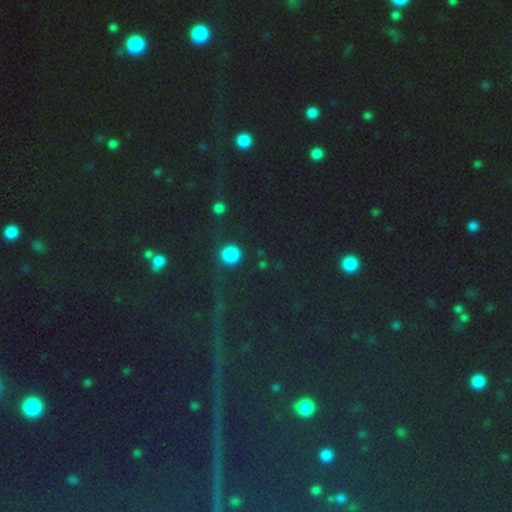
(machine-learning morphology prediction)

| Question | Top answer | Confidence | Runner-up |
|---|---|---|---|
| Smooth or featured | star or artifact | 78% | smooth (14%) |